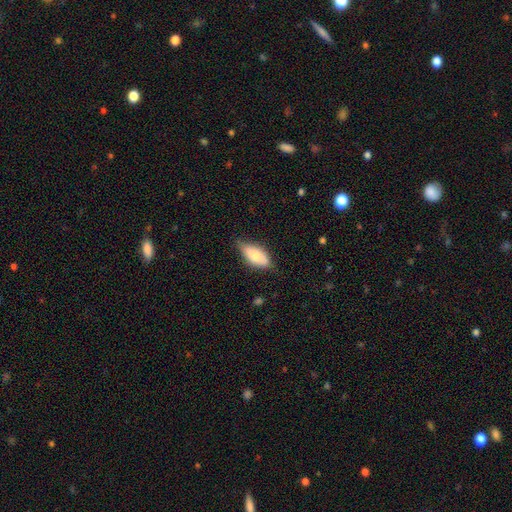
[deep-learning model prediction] smooth 72%, featured or disk 21%, star or artifact 6%. Down the decision tree: how rounded — in between (87%); merging — none (63%).